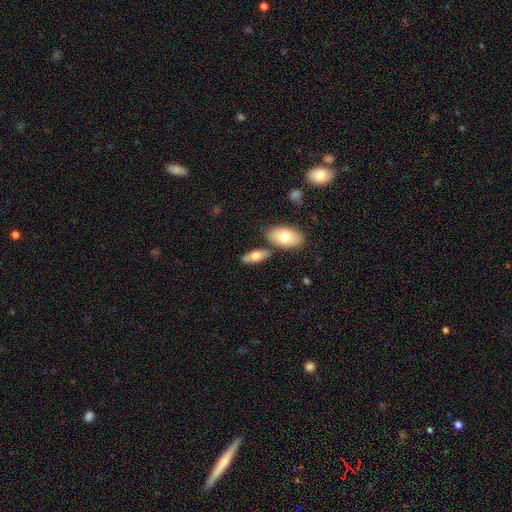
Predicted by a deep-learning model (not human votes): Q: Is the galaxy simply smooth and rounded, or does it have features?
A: smooth — 70%.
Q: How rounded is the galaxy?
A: in between — 80%.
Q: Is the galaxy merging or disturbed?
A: none — 71%.